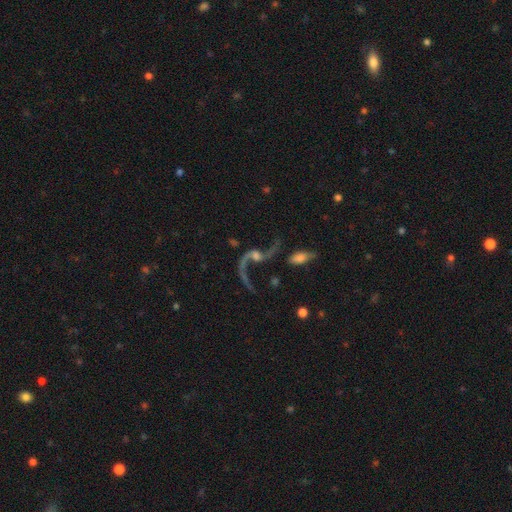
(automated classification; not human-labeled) Overall: featured or disk (80%). Edge-on disk: no (93%). Bar: no (58%; weak 30%). Spiral arms: yes (88%). Spiral arm count: 2 (76%). Spiral winding: loose (86%). Bulge size: moderate (38%, tied with small). Merging: none (42%; major disturbance 23%).